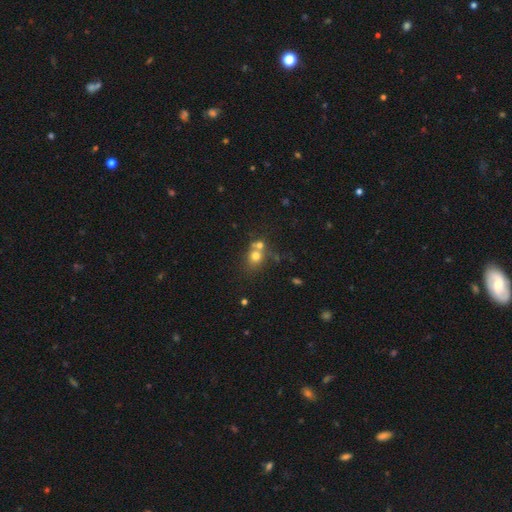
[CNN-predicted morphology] Smooth or featured? Predicted: smooth (p=0.69). How rounded? Predicted: round (p=0.72). Merging? Predicted: none (p=0.43).